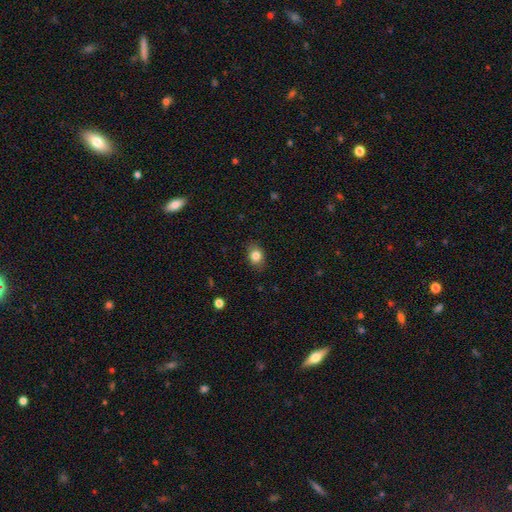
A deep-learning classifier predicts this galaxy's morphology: smooth-or-featured: smooth: 83% | star or artifact: 10% | featured or disk: 7%
  how-rounded: in between: 57% | round: 42% | cigar-shaped: 1%
  merging: none: 84% | minor disturbance: 12% | major disturbance: 3% | merger: 1%